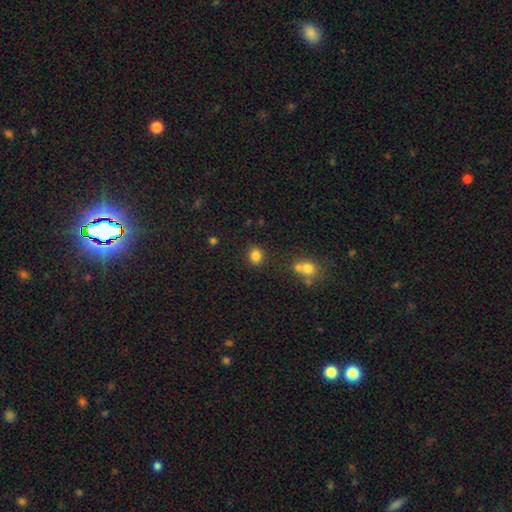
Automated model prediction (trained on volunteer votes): smooth 83%, star or artifact 12%, featured or disk 5%. Down the decision tree: how rounded — round (63%); merging — none (83%).